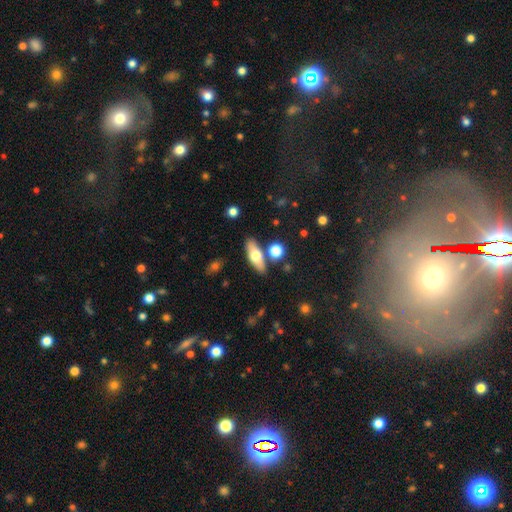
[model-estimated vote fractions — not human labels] The model was most divided on "smooth or featured": smooth: 57%, featured or disk: 36%, star or artifact: 7%. More confident: merging — none (78%); how rounded — in between (60%).